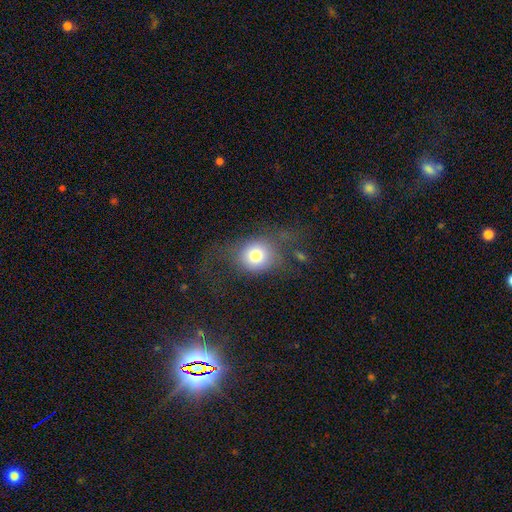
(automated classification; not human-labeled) Smooth or featured? Predicted: smooth (p=0.73). How rounded? Predicted: round (p=0.75). Merging? Predicted: none (p=0.51).